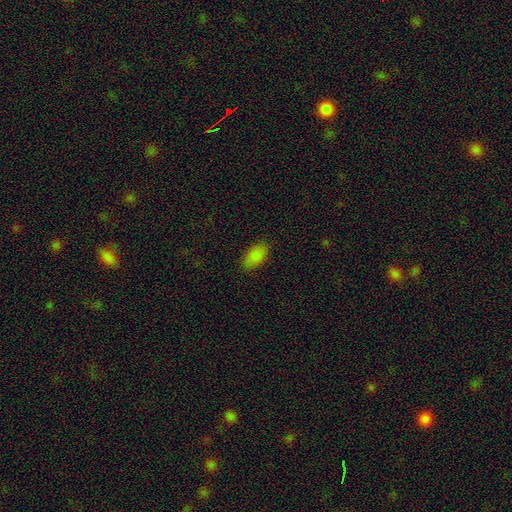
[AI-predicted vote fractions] Q: Smooth or featured?
A: smooth (86%); runner-up: star or artifact (9%)
Q: How rounded?
A: in between (94%); runner-up: round (4%)
Q: Merging?
A: none (85%); runner-up: minor disturbance (11%)